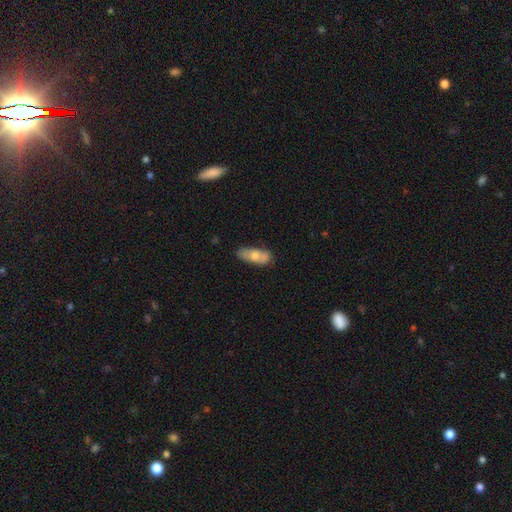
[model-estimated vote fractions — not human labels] The model was most divided on "merging": none: 62%, minor disturbance: 25%, major disturbance: 7%, merger: 6%. More confident: how rounded — in between (77%); smooth or featured — smooth (67%).